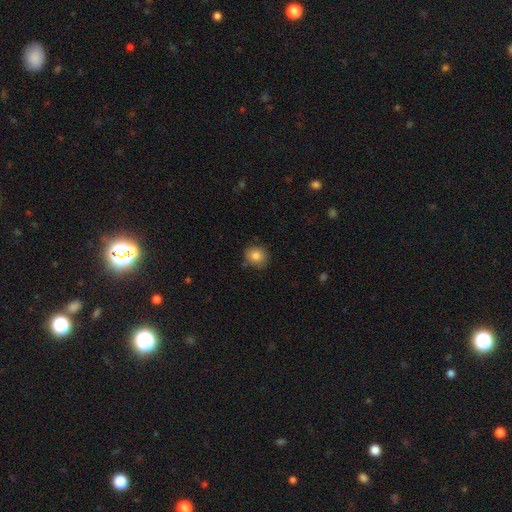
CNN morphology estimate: Smooth or featured?
  - smooth: 83% *
  - star or artifact: 10%
  - featured or disk: 7%
How rounded?
  - round: 83% *
  - in between: 16%
  - cigar-shaped: 1%
Merging?
  - none: 81% *
  - minor disturbance: 14%
  - major disturbance: 3%
  - merger: 2%